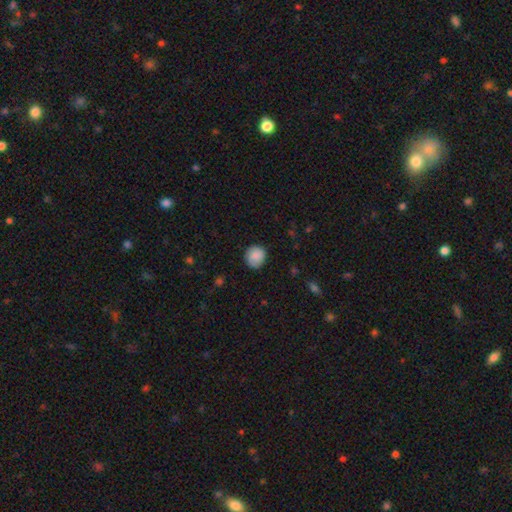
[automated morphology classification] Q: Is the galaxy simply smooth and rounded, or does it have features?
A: smooth — 84%.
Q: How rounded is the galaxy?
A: round — 84%.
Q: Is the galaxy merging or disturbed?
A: none — 82%.